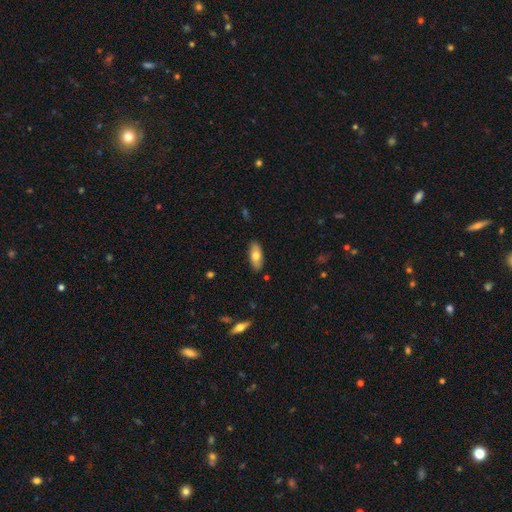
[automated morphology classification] Smooth or featured: smooth — 72% (featured or disk — 22%)
How rounded: in between — 80% (cigar-shaped — 17%)
Merging: none — 87% (minor disturbance — 10%)